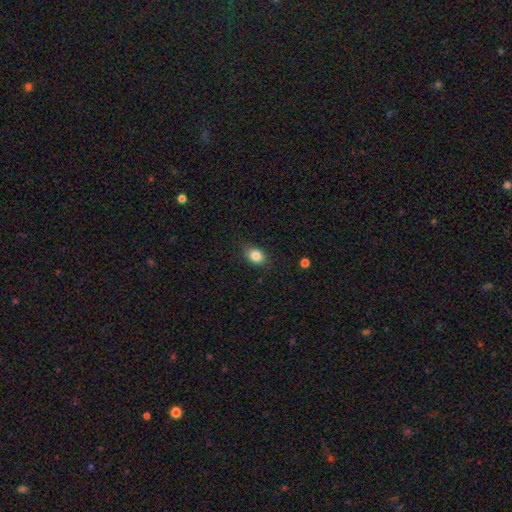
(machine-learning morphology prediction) This appears to be a smooth galaxy with no disk features (84%) that is in between round and cigar-shaped (65%). Merging: none (81%).